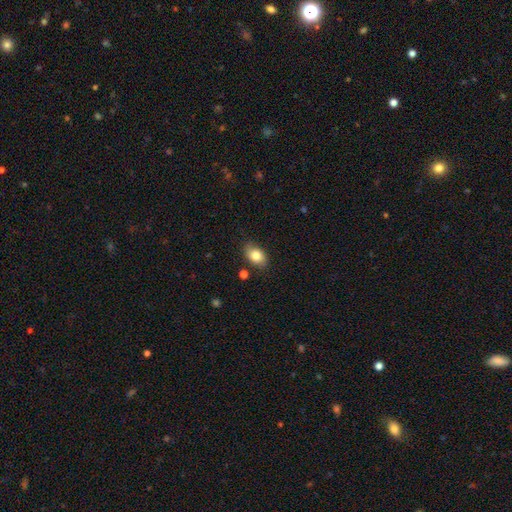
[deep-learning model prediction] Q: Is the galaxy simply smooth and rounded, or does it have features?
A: smooth — 81%.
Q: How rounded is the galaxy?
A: in between — 87%.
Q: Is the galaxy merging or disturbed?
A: none — 82%.